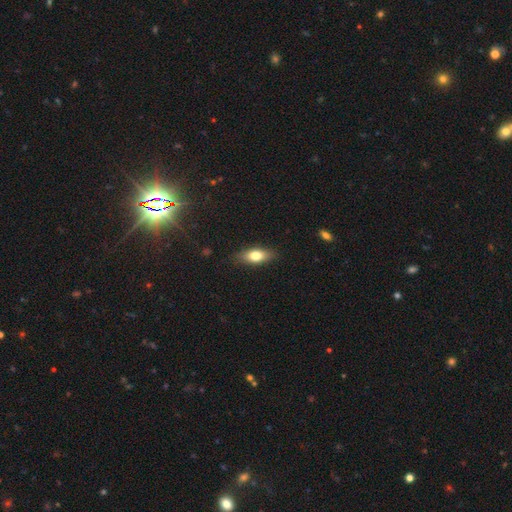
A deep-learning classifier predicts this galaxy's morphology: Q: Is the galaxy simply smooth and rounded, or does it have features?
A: smooth — 72%.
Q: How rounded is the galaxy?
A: in between — 76%.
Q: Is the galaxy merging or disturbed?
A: none — 85%.